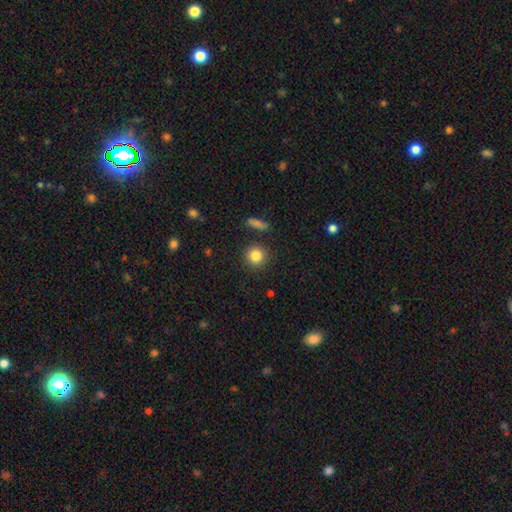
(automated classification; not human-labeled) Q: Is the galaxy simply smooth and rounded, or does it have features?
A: smooth — 84%.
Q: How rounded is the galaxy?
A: round — 92%.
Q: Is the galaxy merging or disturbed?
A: none — 89%.